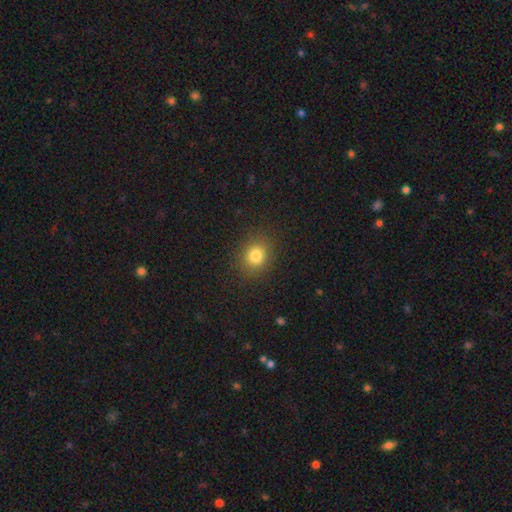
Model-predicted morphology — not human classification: This is clearly a smooth galaxy (81%). How rounded: likely round (68%). Merging: clearly none (88%).